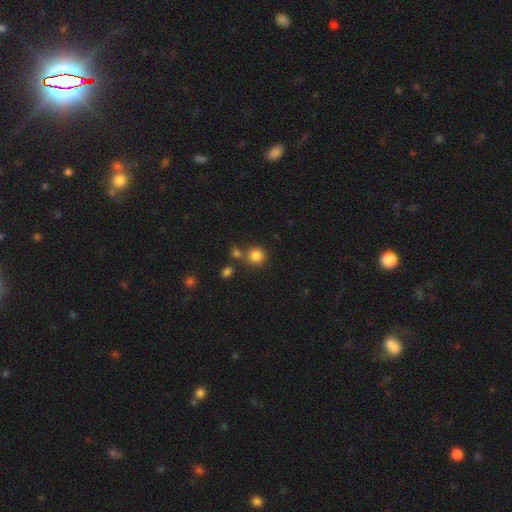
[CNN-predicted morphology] Smooth or featured? smooth (83%)
How rounded? round (90%)
Merging? none (68%)